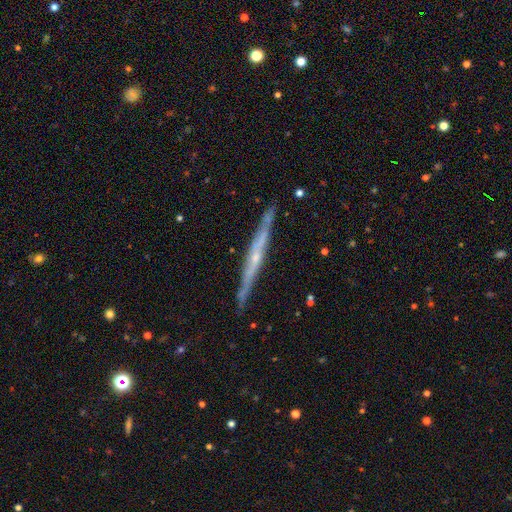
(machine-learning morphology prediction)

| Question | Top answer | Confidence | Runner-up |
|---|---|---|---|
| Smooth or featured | featured or disk | 75% | smooth (18%) |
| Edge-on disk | yes | 96% | no (4%) |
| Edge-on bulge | rounded | 48% | none (45%) |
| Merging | none | 87% | minor disturbance (10%) |